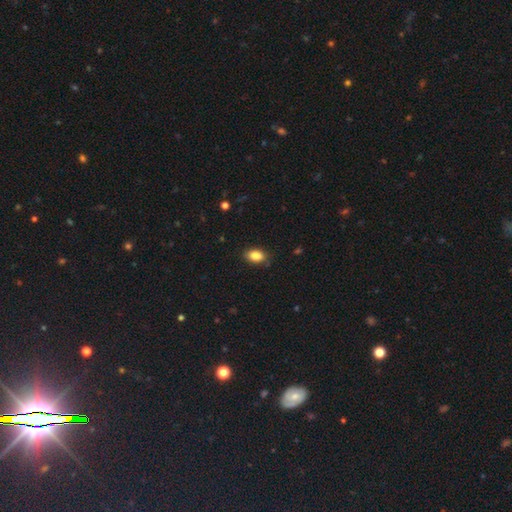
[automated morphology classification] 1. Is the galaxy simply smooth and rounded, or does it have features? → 88% smooth, 8% star or artifact, 4% featured or disk.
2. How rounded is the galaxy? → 87% in between, 12% round, 2% cigar-shaped.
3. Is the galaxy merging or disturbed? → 81% none, 15% minor disturbance, 3% major disturbance, 1% merger.